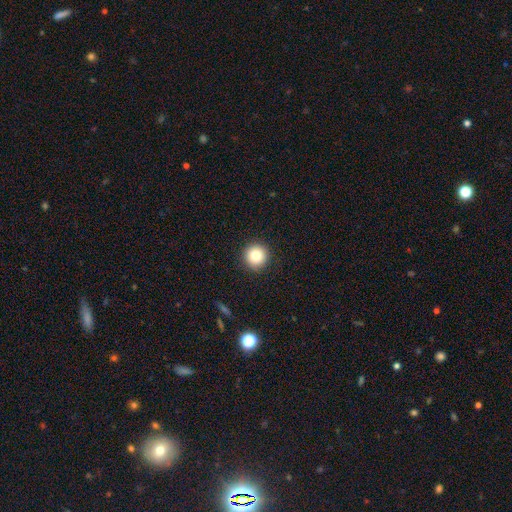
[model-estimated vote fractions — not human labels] smooth_or_featured: smooth (p=0.80) [alt: star or artifact p=0.11]
how_rounded: round (p=0.95) [alt: in between p=0.04]
merging: none (p=0.91) [alt: minor disturbance p=0.06]